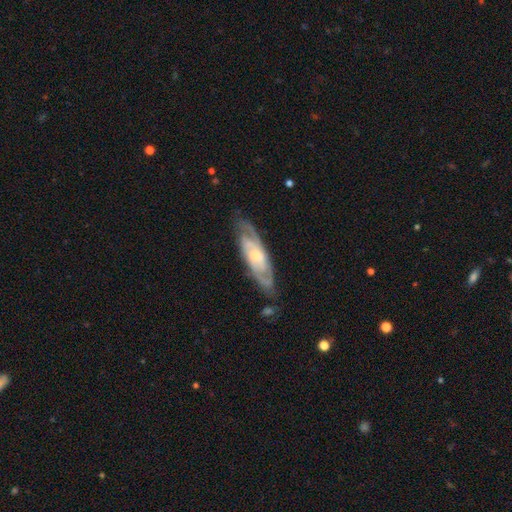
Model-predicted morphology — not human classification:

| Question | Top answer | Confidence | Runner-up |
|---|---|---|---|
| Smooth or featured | featured or disk | 81% | smooth (15%) |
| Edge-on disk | no | 83% | yes (17%) |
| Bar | no | 53% | weak (37%) |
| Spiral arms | yes | 93% | no (7%) |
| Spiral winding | tight | 53% | medium (38%) |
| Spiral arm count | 2 | 58% | can't tell (24%) |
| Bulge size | small | 50% | moderate (41%) |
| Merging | none | 76% | minor disturbance (17%) |